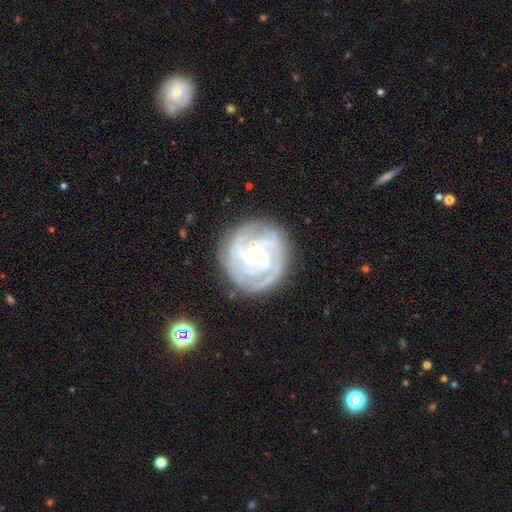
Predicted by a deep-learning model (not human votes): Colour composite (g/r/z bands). It shows a featured or disk galaxy (86%) with no bar (68%), 3 (33%) tight (77%) spiral arms (97%) and a small central bulge (78%). Merging: none (78%).